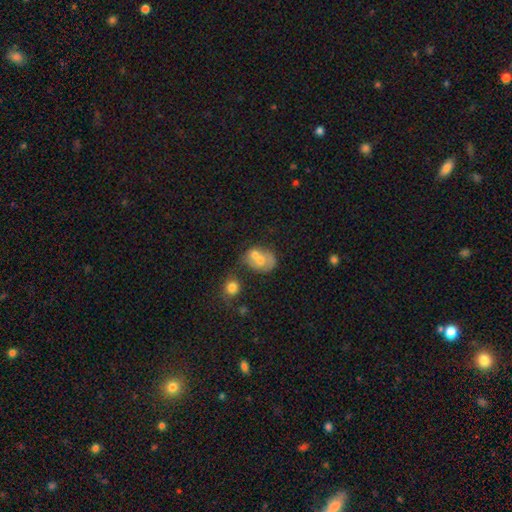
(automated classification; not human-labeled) smooth_or_featured: smooth (p=0.54) [alt: featured or disk p=0.35]
how_rounded: in between (p=0.59) [alt: round p=0.40]
merging: merger (p=0.54) [alt: none p=0.25]